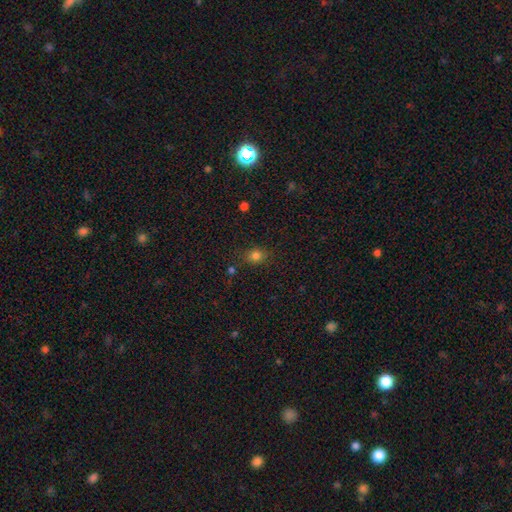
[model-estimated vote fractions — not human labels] A smooth galaxy with no disk features (79%) that is round (65%). Merging: none (80%).